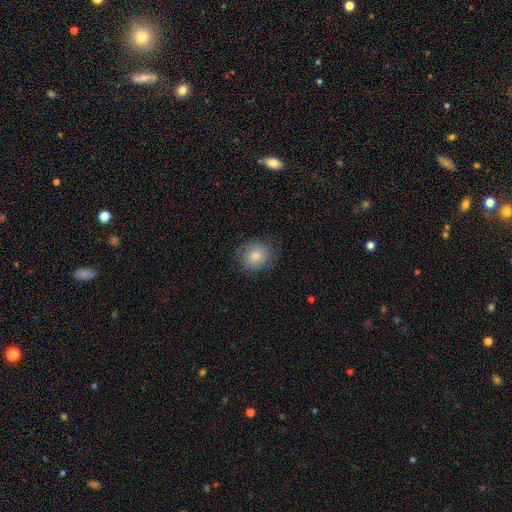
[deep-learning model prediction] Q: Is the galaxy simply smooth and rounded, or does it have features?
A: smooth — 80%.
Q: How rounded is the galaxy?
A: round — 76%.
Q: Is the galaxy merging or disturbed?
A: none — 78%.